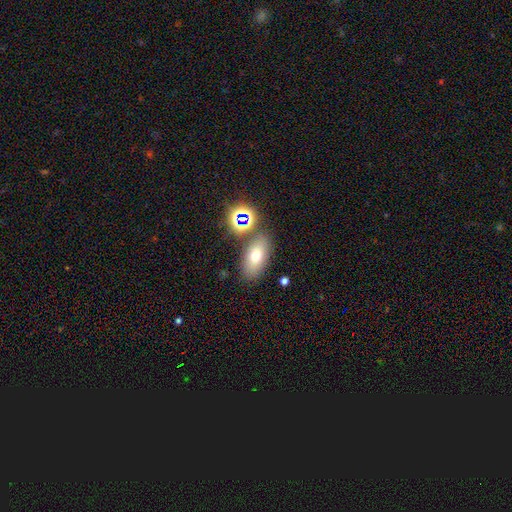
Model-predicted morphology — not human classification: Smooth or featured? smooth (67%)
How rounded? in between (85%)
Merging? none (78%)